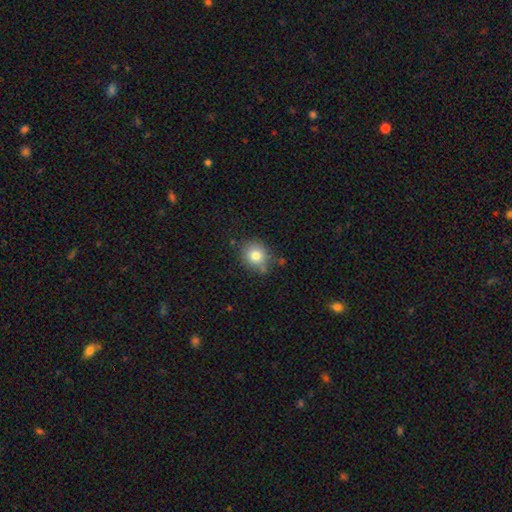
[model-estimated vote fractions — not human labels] Morphology: type=smooth (79%); roundness=round (79%); merging=none (76%).